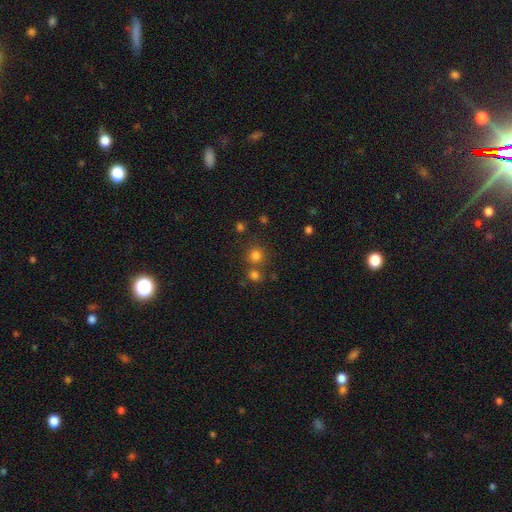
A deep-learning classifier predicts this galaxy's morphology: This appears to be a smooth galaxy with no disk features (77%) that is round (90%). Merging: none (68%).